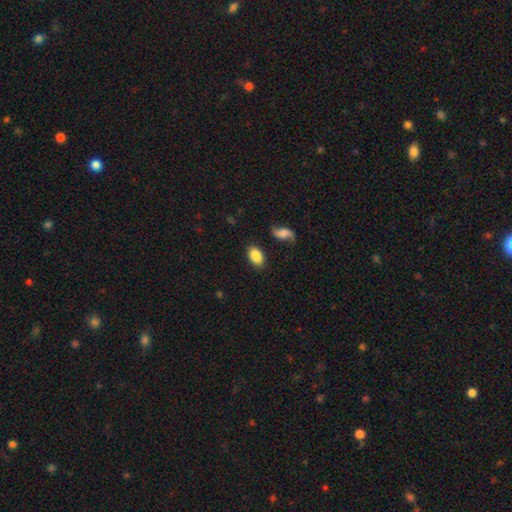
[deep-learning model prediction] A smooth galaxy with no disk features (85%) that is in between round and cigar-shaped (90%).

Vote fractions:
- Smooth or featured? smooth: 85% / featured or disk: 8% / star or artifact: 7%
- How rounded? in between: 90% / round: 8% / cigar-shaped: 2%
- Merging? none: 81% / minor disturbance: 12% / major disturbance: 3% / merger: 3%